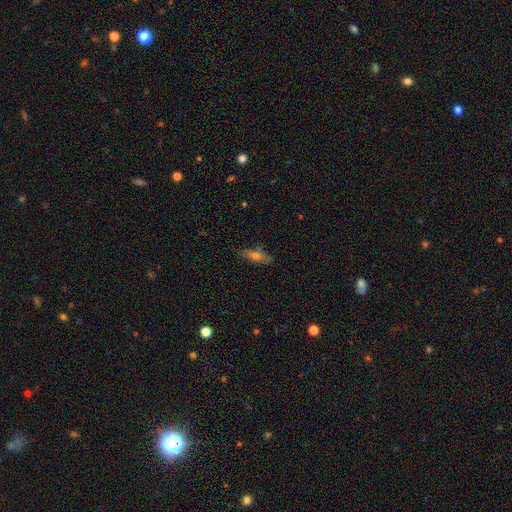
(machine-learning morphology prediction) type=featured or disk (43%, tied with smooth); merging=none (75%).